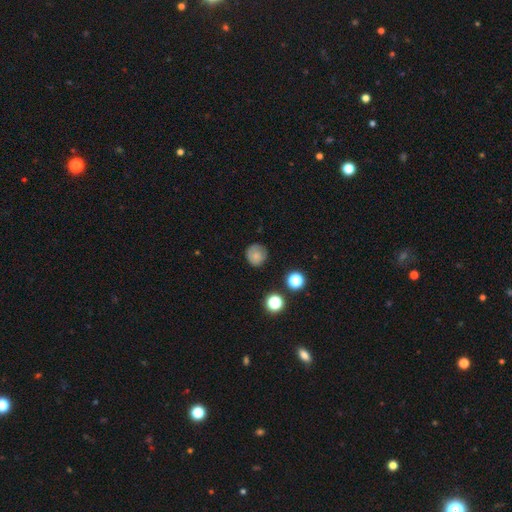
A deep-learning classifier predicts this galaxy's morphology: Smooth or featured: smooth — 77% (star or artifact — 12%)
How rounded: round — 90% (in between — 9%)
Merging: none — 79% (minor disturbance — 15%)